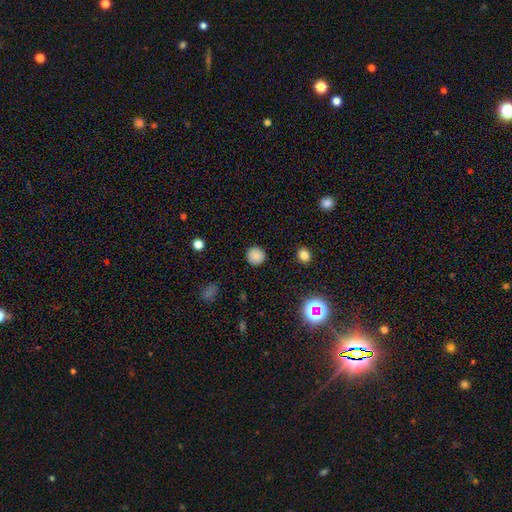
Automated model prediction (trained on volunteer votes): The model was most divided on "smooth or featured": smooth: 85%, star or artifact: 11%, featured or disk: 4%. More confident: how rounded — round (95%); merging — none (91%).